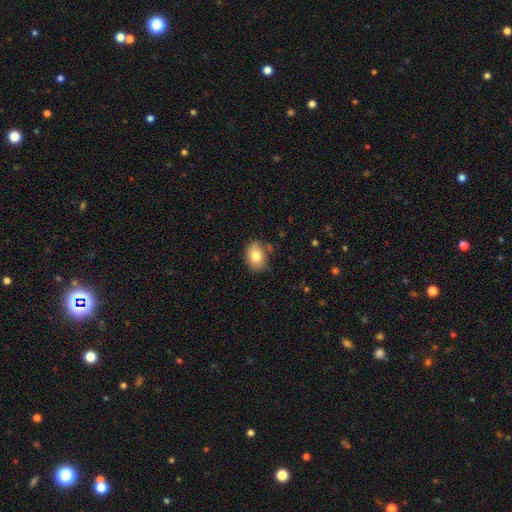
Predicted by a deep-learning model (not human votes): Smooth or featured?
  - smooth: 81% *
  - featured or disk: 11%
  - star or artifact: 9%
How rounded?
  - in between: 68% *
  - round: 31%
  - cigar-shaped: 1%
Merging?
  - none: 77% *
  - minor disturbance: 17%
  - major disturbance: 3%
  - merger: 3%